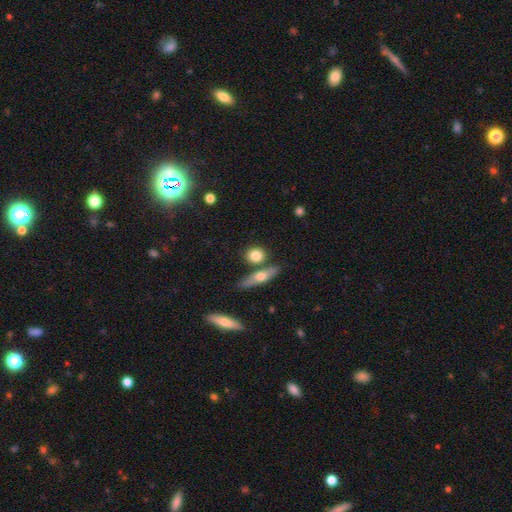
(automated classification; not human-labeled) Q: Smooth or featured?
A: smooth (78%); runner-up: featured or disk (15%)
Q: How rounded?
A: round (64%); runner-up: in between (27%)
Q: Merging?
A: none (68%); runner-up: merger (18%)